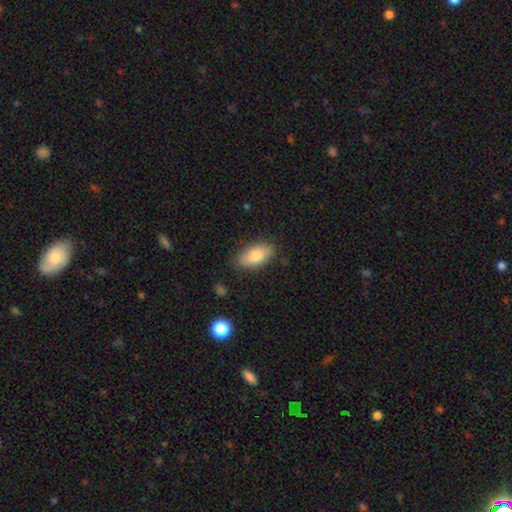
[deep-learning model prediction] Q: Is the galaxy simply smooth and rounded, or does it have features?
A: smooth — 80%.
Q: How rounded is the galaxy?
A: in between — 91%.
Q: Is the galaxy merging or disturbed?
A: none — 82%.